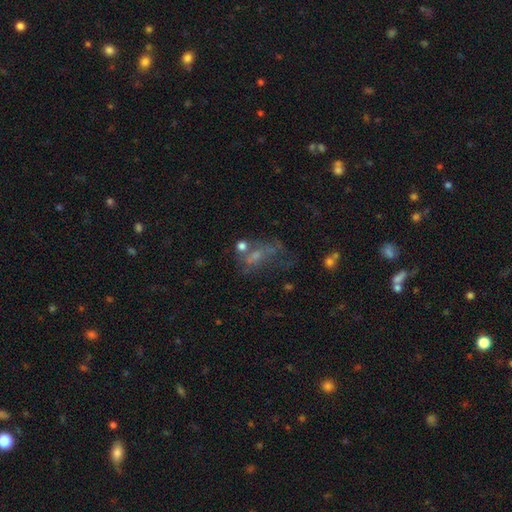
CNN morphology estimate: Overall: featured or disk (43%; smooth 32%). Merging: major disturbance (36%; none 30%).